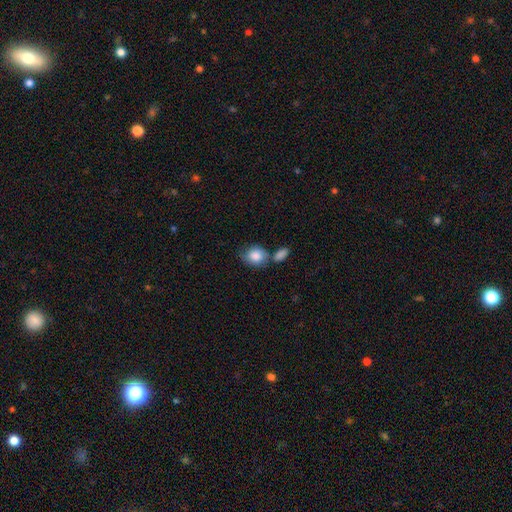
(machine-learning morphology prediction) smooth 85%, featured or disk 8%, star or artifact 7%. Down the decision tree: how rounded — round (51%); merging — none (47%).